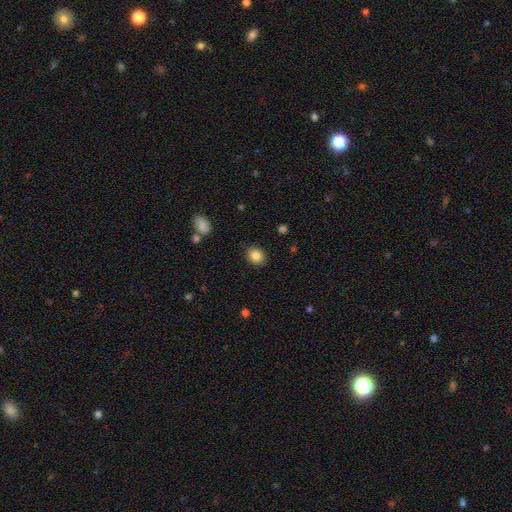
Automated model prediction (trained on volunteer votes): Smooth or featured?
  - smooth: 85% *
  - star or artifact: 9%
  - featured or disk: 5%
How rounded?
  - round: 59% *
  - in between: 40%
  - cigar-shaped: 1%
Merging?
  - none: 88% *
  - minor disturbance: 9%
  - major disturbance: 2%
  - merger: 1%